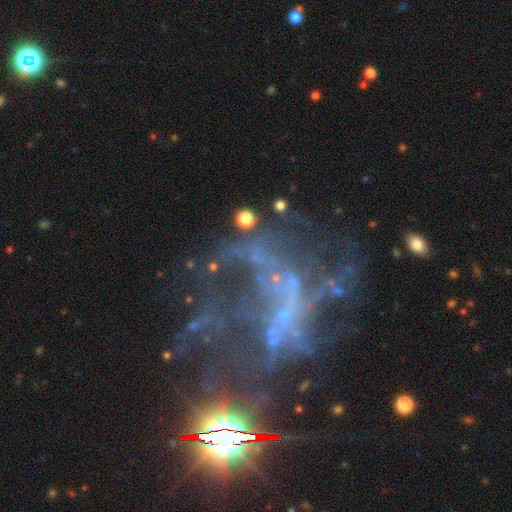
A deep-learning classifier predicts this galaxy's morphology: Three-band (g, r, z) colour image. It shows a featured or disk galaxy (63%) with no bar (76%), no spiral arms (71%) and no central bulge (64%). Merging: major disturbance (38%).